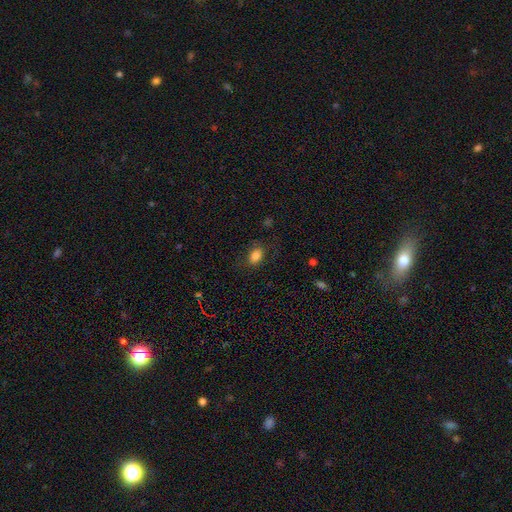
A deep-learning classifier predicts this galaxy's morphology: Q: Smooth or featured?
A: smooth (84%); runner-up: star or artifact (10%)
Q: How rounded?
A: in between (81%); runner-up: round (18%)
Q: Merging?
A: none (76%); runner-up: minor disturbance (16%)